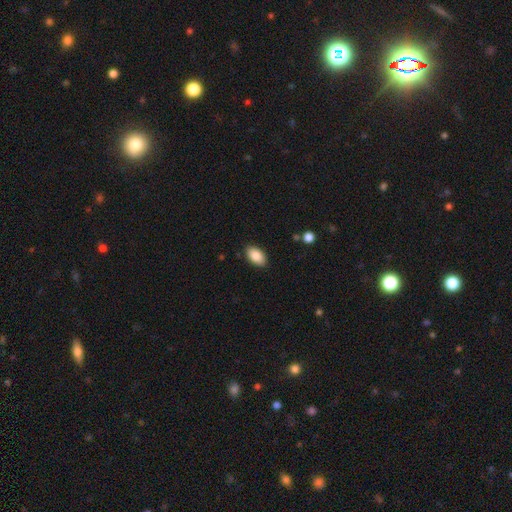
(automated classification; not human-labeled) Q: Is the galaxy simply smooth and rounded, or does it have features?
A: smooth — 88%.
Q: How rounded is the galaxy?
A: in between — 94%.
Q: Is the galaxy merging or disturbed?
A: none — 88%.